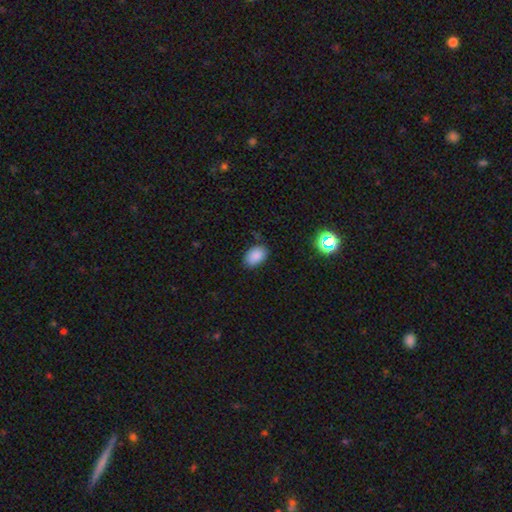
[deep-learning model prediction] A smooth galaxy with no disk features (86%) that is in between round and cigar-shaped (88%). Merging: none (82%).